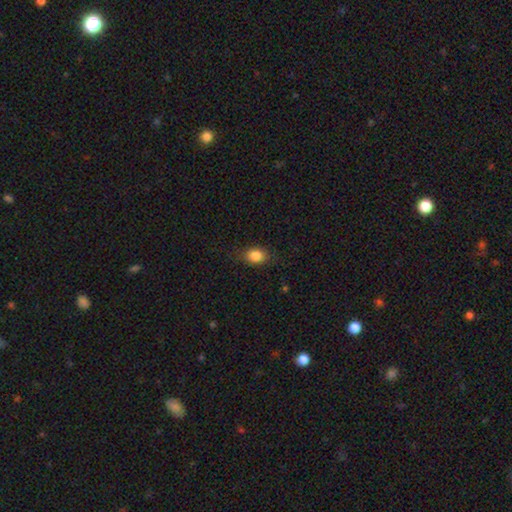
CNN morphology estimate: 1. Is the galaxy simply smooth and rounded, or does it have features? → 85% smooth, 9% star or artifact, 6% featured or disk.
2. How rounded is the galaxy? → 64% in between, 34% round, 2% cigar-shaped.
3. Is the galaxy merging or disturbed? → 81% none, 15% minor disturbance, 4% major disturbance, 1% merger.